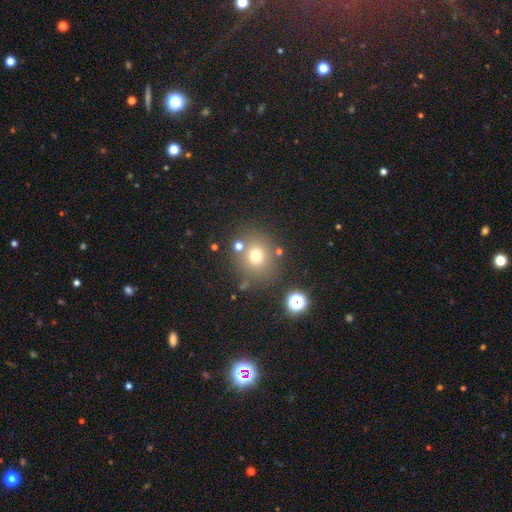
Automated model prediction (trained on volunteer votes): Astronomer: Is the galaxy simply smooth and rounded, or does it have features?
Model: smooth — 69%.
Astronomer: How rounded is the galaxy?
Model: round — 85%.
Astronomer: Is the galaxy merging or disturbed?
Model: none — 77%.